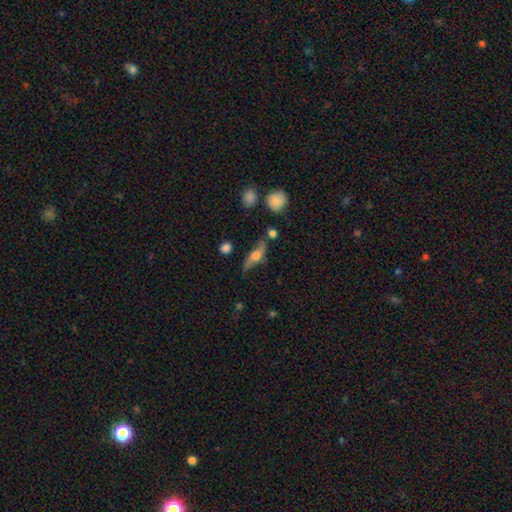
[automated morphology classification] featured or disk 62%, smooth 29%, star or artifact 8%. Down the decision tree: edge-on disk — no (52%); merging — none (63%).